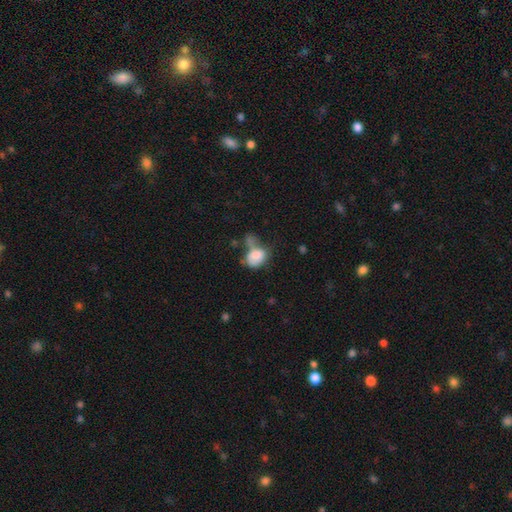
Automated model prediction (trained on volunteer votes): smooth 77%, featured or disk 15%, star or artifact 8%. Down the decision tree: how rounded — in between (72%); merging — merger (33%).